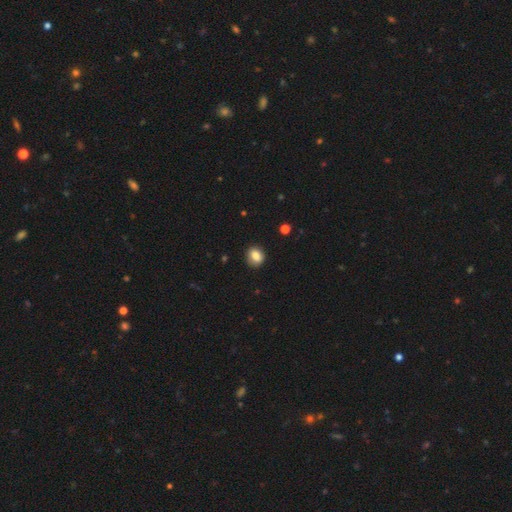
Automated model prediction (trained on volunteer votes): This is clearly a smooth galaxy (82%). How rounded: possibly round (56%). Merging: clearly none (84%).